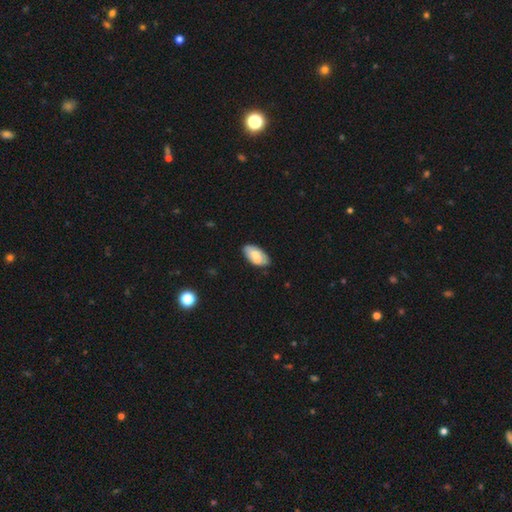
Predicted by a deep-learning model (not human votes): Q: Smooth or featured?
A: smooth (72%); runner-up: featured or disk (21%)
Q: How rounded?
A: in between (94%); runner-up: cigar-shaped (3%)
Q: Merging?
A: none (78%); runner-up: minor disturbance (18%)